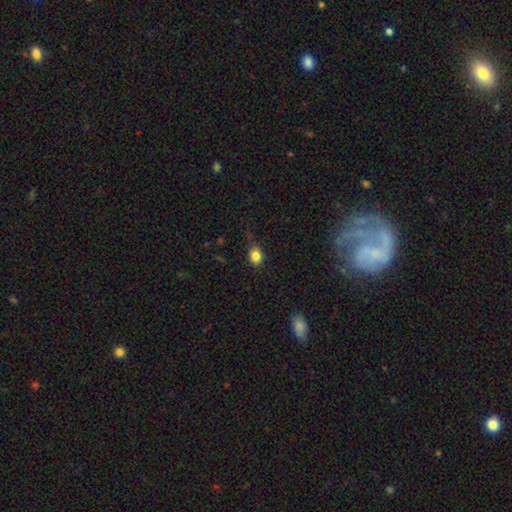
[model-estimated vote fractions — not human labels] smooth_or_featured: smooth (p=0.83) [alt: star or artifact p=0.11]
how_rounded: in between (p=0.56) [alt: round p=0.43]
merging: none (p=0.75) [alt: minor disturbance p=0.19]